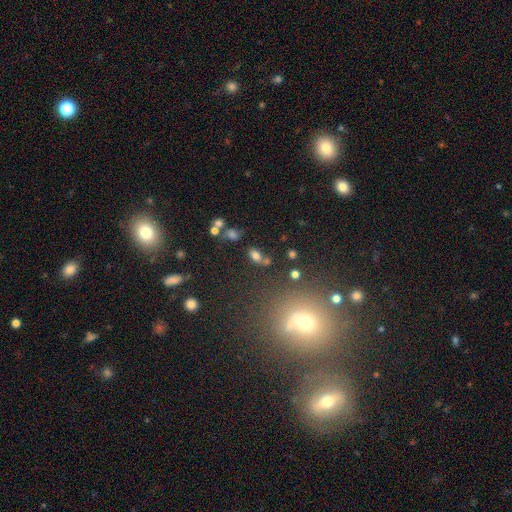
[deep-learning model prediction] Q: Smooth or featured?
A: smooth (74%); runner-up: star or artifact (15%)
Q: How rounded?
A: in between (85%); runner-up: round (12%)
Q: Merging?
A: none (61%); runner-up: merger (19%)